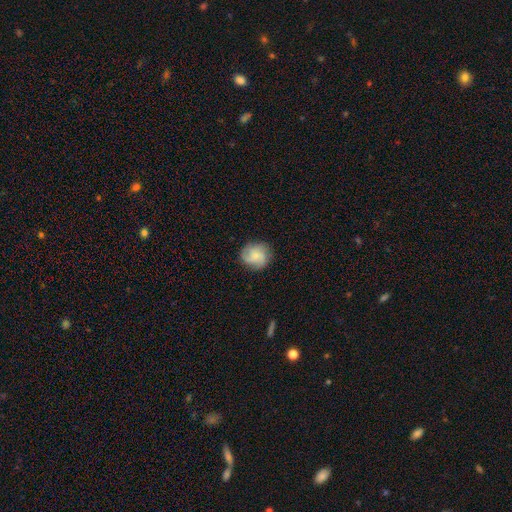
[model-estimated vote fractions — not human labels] Smooth or featured: smooth — 60% (featured or disk — 33%)
How rounded: round — 82% (in between — 17%)
Merging: none — 78% (minor disturbance — 16%)